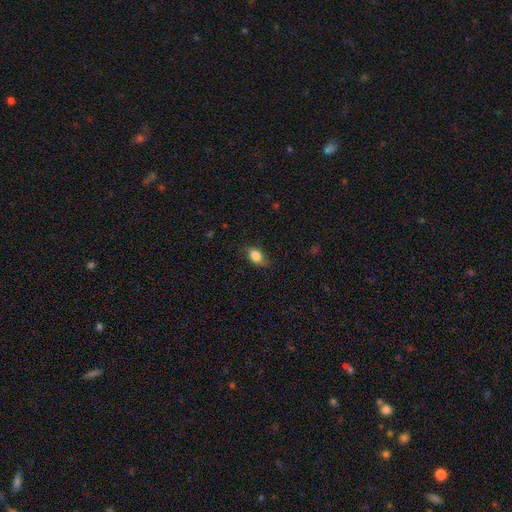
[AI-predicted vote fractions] A smooth galaxy with no disk features (82%) that is in between round and cigar-shaped (78%).

Vote fractions:
- Smooth or featured? smooth: 82% / featured or disk: 10% / star or artifact: 8%
- How rounded? in between: 78% / round: 19% / cigar-shaped: 3%
- Merging? none: 72% / minor disturbance: 21% / major disturbance: 5% / merger: 1%